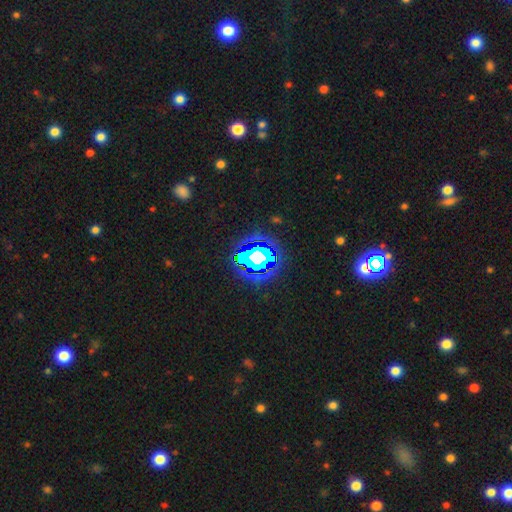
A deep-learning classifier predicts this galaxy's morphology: star or artifact 73%, smooth 15%, featured or disk 12%.